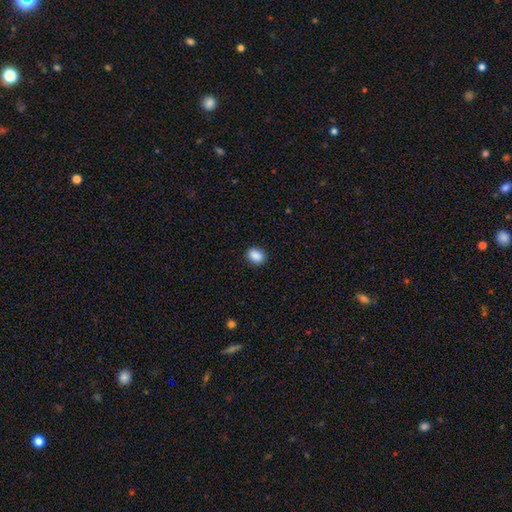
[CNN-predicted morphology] Smooth or featured: smooth — 89% (star or artifact — 8%)
How rounded: in between — 65% (round — 34%)
Merging: none — 89% (minor disturbance — 8%)